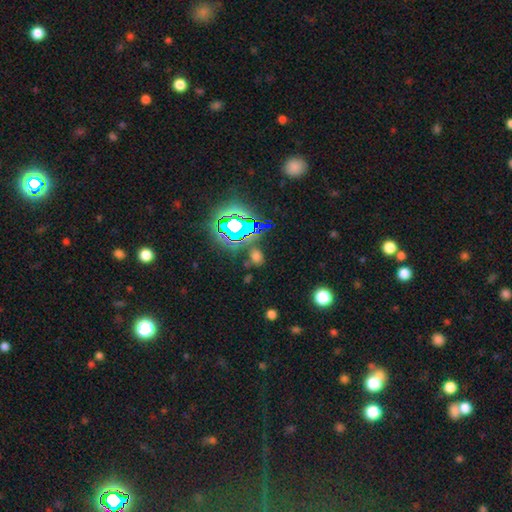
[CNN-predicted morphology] The model was most divided on "smooth or featured": smooth: 50%, star or artifact: 43%, featured or disk: 7%. More confident: merging — none (78%).